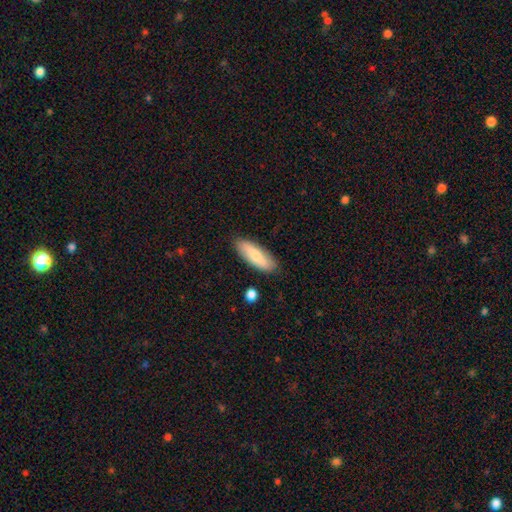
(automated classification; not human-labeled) Morphology: type=smooth (74%); roundness=in between (53%); merging=none (85%).